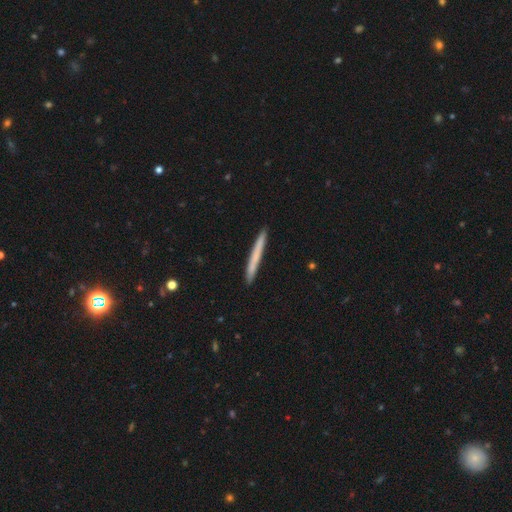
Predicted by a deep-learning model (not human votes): The model was most divided on "smooth or featured": smooth: 66%, featured or disk: 28%, star or artifact: 5%. More confident: how rounded — cigar-shaped (97%); merging — none (92%).